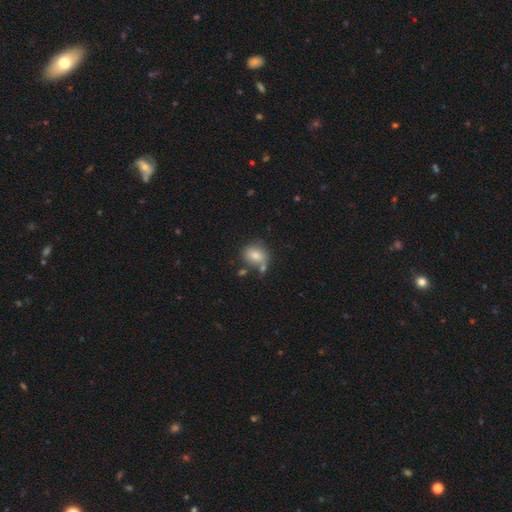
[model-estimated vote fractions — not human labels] This appears to be a smooth galaxy with no disk features (79%) that is in between round and cigar-shaped (51%). Merging: none (58%).